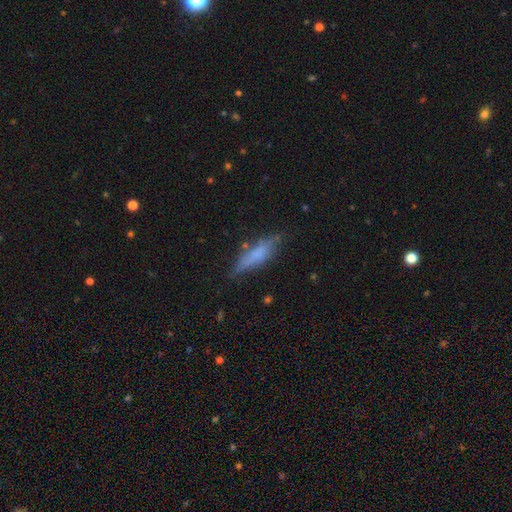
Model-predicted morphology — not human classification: Overall: smooth (61%; featured or disk 31%). How rounded: cigar-shaped (68%; in between 30%). Merging: none (70%).